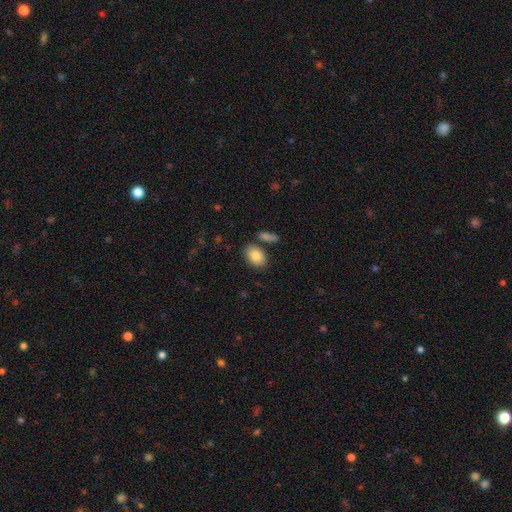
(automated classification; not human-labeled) Smooth or featured? Predicted: smooth (p=0.85). How rounded? Predicted: in between (p=0.87). Merging? Predicted: none (p=0.78).